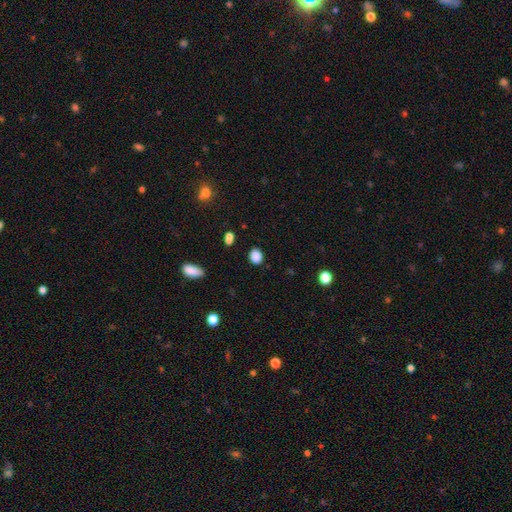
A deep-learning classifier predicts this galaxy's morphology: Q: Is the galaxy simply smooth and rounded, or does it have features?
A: smooth — 86%.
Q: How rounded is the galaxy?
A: round — 54%.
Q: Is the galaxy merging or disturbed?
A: none — 85%.